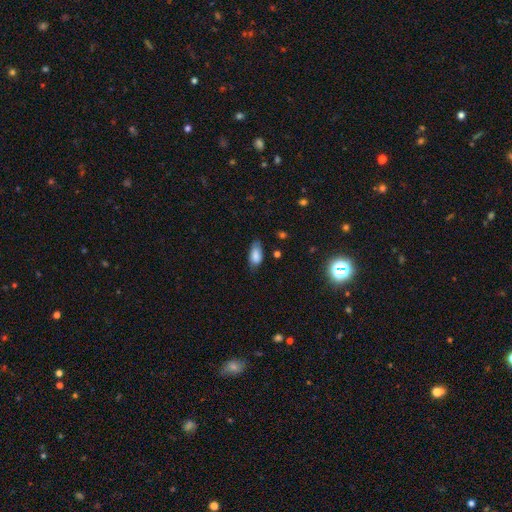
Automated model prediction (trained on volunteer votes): smooth 82%, featured or disk 9%, star or artifact 8%. Down the decision tree: how rounded — in between (91%); merging — none (63%).